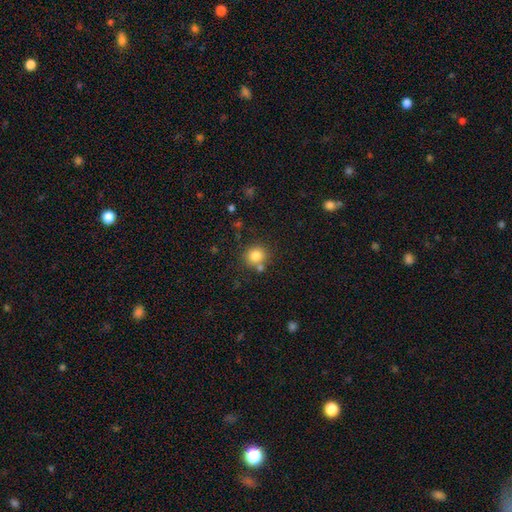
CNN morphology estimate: The model was most divided on "merging": none: 74%, merger: 13%, minor disturbance: 10%, major disturbance: 3%. More confident: how rounded — round (87%); smooth or featured — smooth (82%).